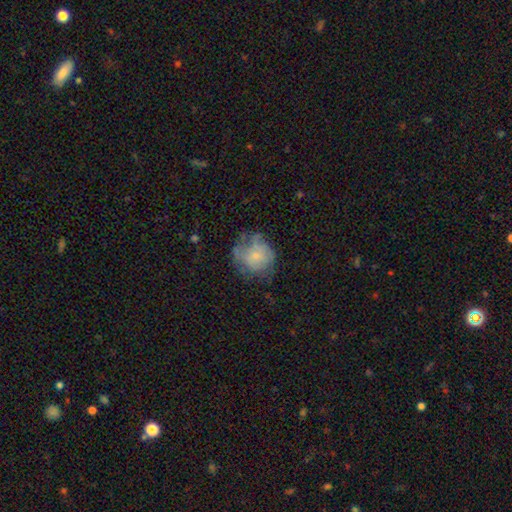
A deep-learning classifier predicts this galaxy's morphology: smooth_or_featured: smooth (p=0.52) [alt: featured or disk p=0.38]
how_rounded: round (p=0.77) [alt: in between p=0.22]
merging: none (p=0.43) [alt: minor disturbance p=0.29]